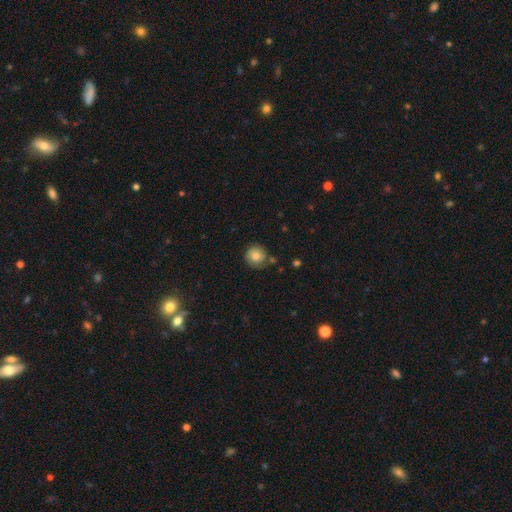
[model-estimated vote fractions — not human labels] Smooth or featured: smooth — 68% (featured or disk — 23%)
How rounded: round — 90% (in between — 9%)
Merging: none — 70% (minor disturbance — 19%)